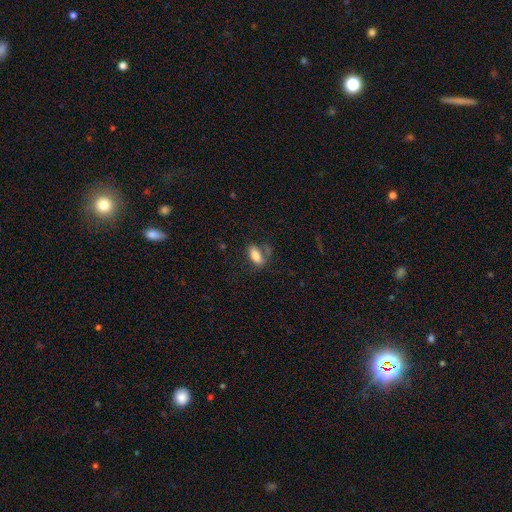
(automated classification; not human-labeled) A smooth galaxy with no disk features (81%) that is in between round and cigar-shaped (86%). Merging: none (60%).